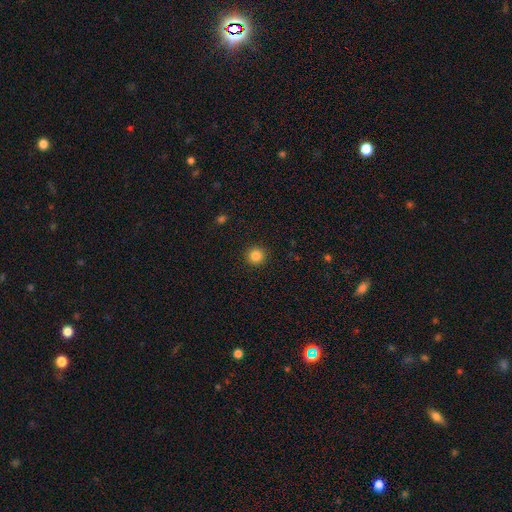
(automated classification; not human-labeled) Q: Smooth or featured?
A: smooth (84%); runner-up: star or artifact (11%)
Q: How rounded?
A: round (95%); runner-up: in between (4%)
Q: Merging?
A: none (92%); runner-up: minor disturbance (5%)